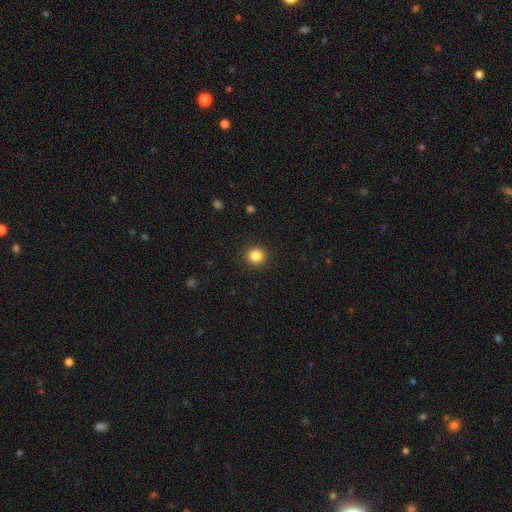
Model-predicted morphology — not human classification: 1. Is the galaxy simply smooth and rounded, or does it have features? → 85% smooth, 11% star or artifact, 4% featured or disk.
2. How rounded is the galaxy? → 91% round, 8% in between, 1% cigar-shaped.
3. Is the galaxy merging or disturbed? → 91% none, 5% minor disturbance, 2% major disturbance, 1% merger.